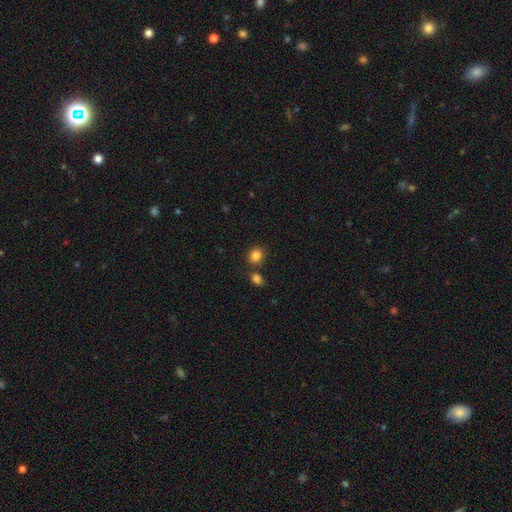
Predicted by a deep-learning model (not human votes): smooth_or_featured: smooth (p=0.85) [alt: star or artifact p=0.11]
how_rounded: round (p=0.64) [alt: in between p=0.35]
merging: none (p=0.72) [alt: merger p=0.15]